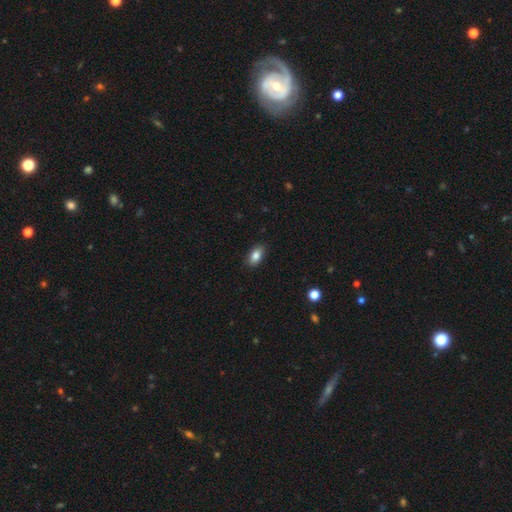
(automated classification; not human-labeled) smooth 85%, star or artifact 8%, featured or disk 7%. Down the decision tree: how rounded — in between (90%); merging — none (87%).